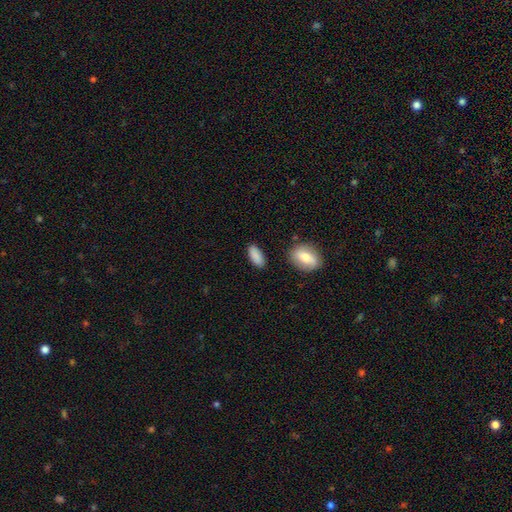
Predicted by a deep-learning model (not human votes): Morphology: type=smooth (88%); roundness=in between (82%); merging=none (83%).